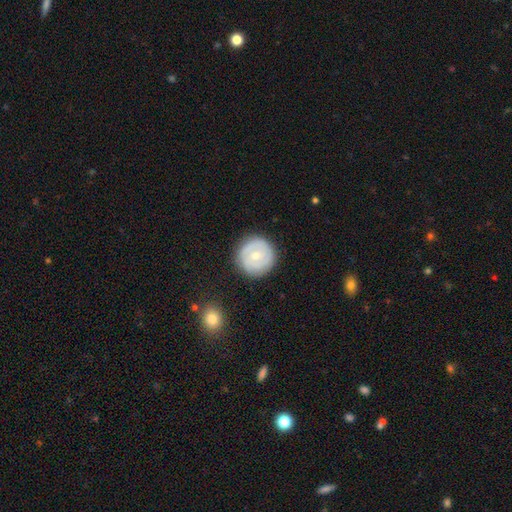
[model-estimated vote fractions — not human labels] Q: Smooth or featured?
A: featured or disk (49%); runner-up: smooth (45%)
Q: Merging?
A: none (86%); runner-up: minor disturbance (10%)